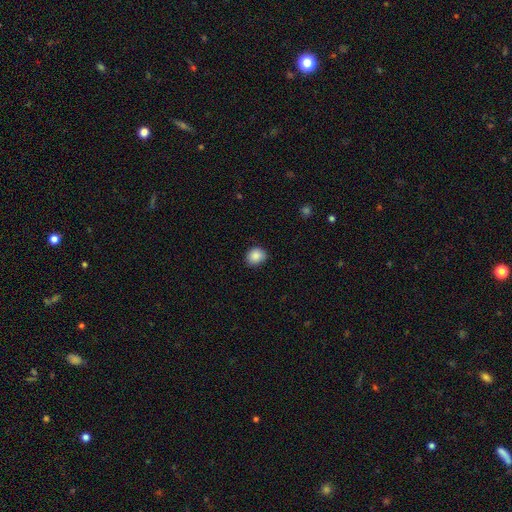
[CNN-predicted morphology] Smooth or featured? smooth (88%)
How rounded? round (66%)
Merging? none (84%)